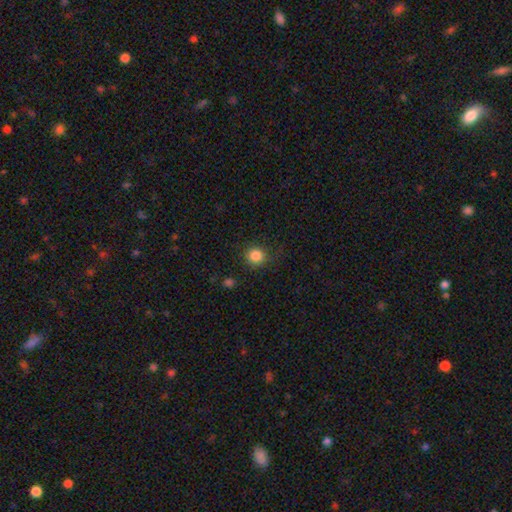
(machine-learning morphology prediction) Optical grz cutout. It shows a smooth galaxy with no disk features (85%) that is round (91%). Merging: none (83%).